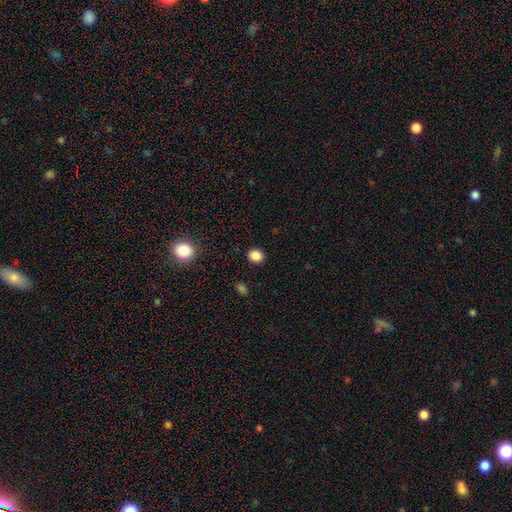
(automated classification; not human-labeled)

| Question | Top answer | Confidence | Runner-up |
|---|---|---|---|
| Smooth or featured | smooth | 86% | star or artifact (11%) |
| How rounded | round | 77% | in between (22%) |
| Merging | none | 91% | minor disturbance (6%) |